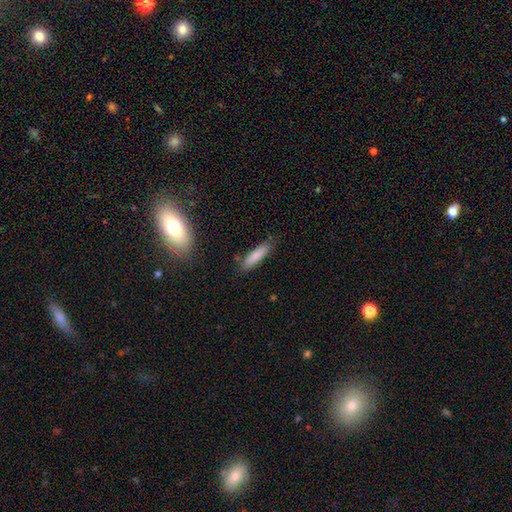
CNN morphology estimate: Smooth or featured: smooth — 78% (featured or disk — 14%)
How rounded: cigar-shaped — 69% (in between — 29%)
Merging: none — 80% (minor disturbance — 14%)